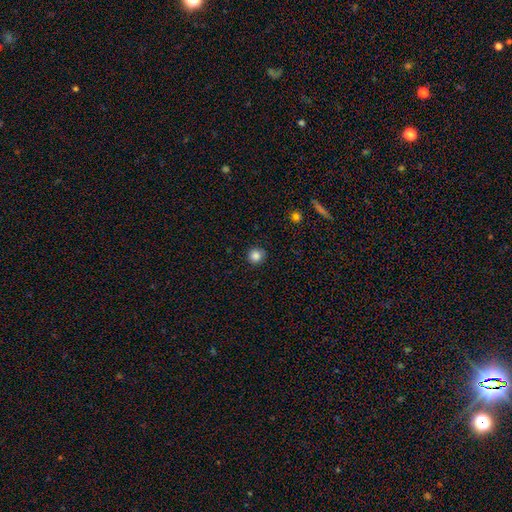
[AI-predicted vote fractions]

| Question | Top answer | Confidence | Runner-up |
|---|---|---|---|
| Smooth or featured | smooth | 84% | star or artifact (11%) |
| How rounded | round | 92% | in between (7%) |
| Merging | none | 89% | minor disturbance (8%) |